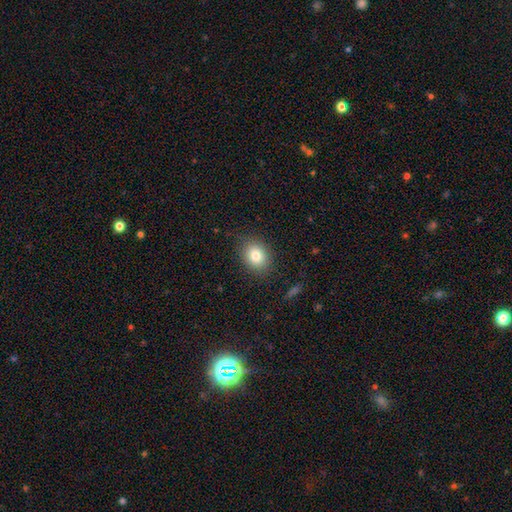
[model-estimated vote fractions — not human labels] smooth 81%, star or artifact 10%, featured or disk 9%. Down the decision tree: how rounded — in between (52%); merging — none (84%).